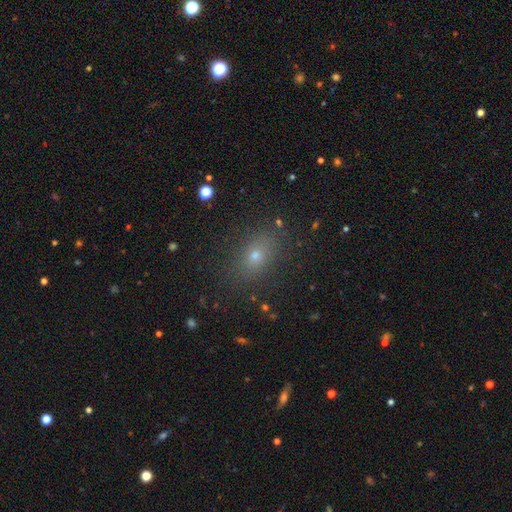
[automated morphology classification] smooth 68%, star or artifact 19%, featured or disk 13%. Down the decision tree: how rounded — in between (70%); merging — none (83%).